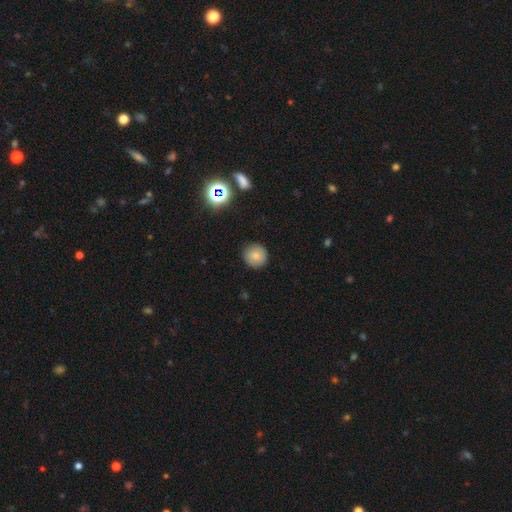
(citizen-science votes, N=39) Q: Smooth or featured?
A: smooth (85%); runner-up: star or artifact (10%)
Q: How rounded?
A: round (94%); runner-up: in between (3%)
Q: Merging?
A: none (91%); runner-up: major disturbance (6%)